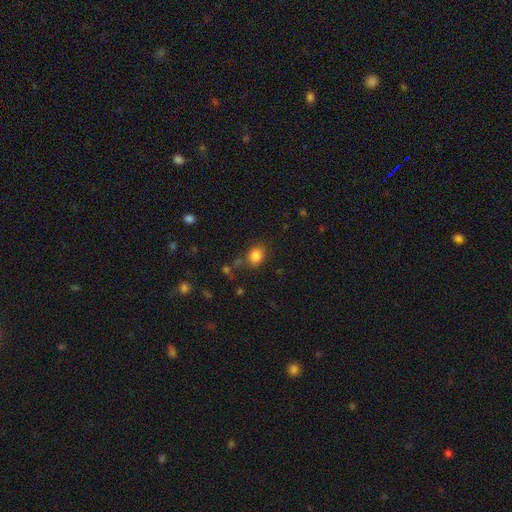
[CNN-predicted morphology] Smooth or featured? Predicted: smooth (p=0.84). How rounded? Predicted: round (p=0.57). Merging? Predicted: none (p=0.78).